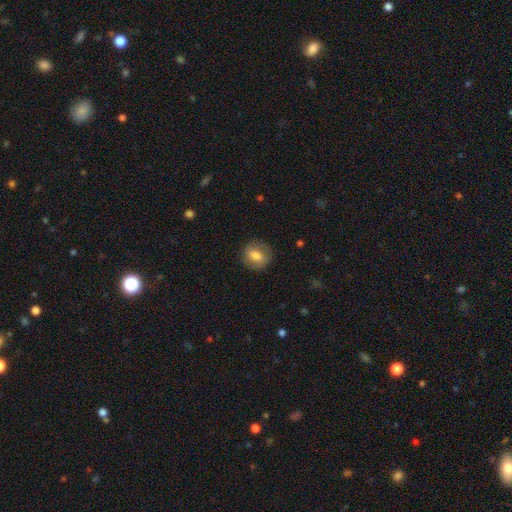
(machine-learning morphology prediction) Smooth or featured? Predicted: smooth (p=0.72). How rounded? Predicted: round (p=0.67). Merging? Predicted: none (p=0.83).